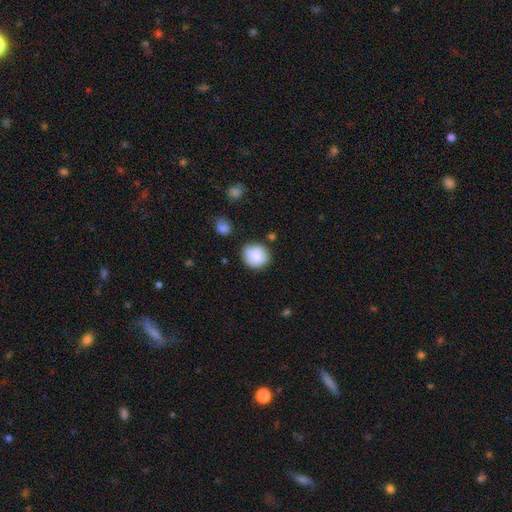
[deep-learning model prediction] smooth-or-featured: smooth: 79% | featured or disk: 13% | star or artifact: 8%
  how-rounded: round: 84% | in between: 15% | cigar-shaped: 1%
  merging: none: 75% | minor disturbance: 17% | merger: 4% | major disturbance: 3%